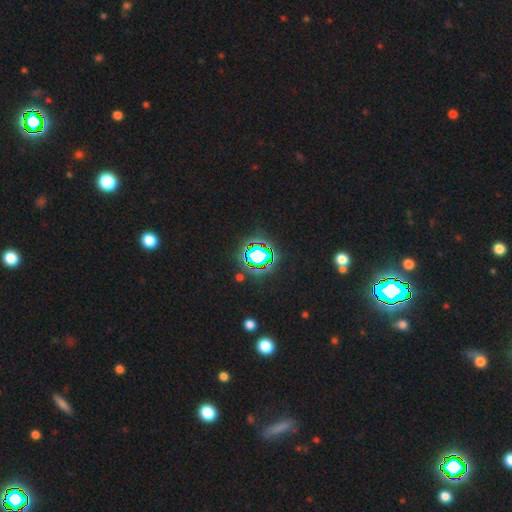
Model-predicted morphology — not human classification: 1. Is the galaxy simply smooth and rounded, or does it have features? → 72% star or artifact, 17% smooth, 11% featured or disk.